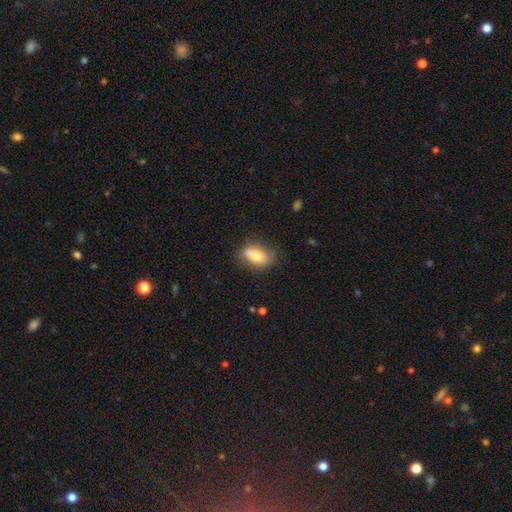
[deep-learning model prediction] Smooth or featured? Predicted: smooth (p=0.76). How rounded? Predicted: in between (p=0.87). Merging? Predicted: none (p=0.60).